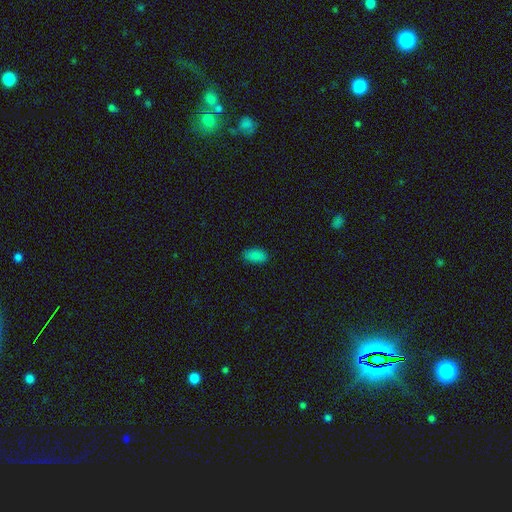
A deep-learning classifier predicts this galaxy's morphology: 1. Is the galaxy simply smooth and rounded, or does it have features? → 85% smooth, 12% star or artifact, 3% featured or disk.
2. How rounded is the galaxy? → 93% in between, 4% round, 3% cigar-shaped.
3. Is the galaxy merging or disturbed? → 85% none, 11% minor disturbance, 2% major disturbance, 1% merger.